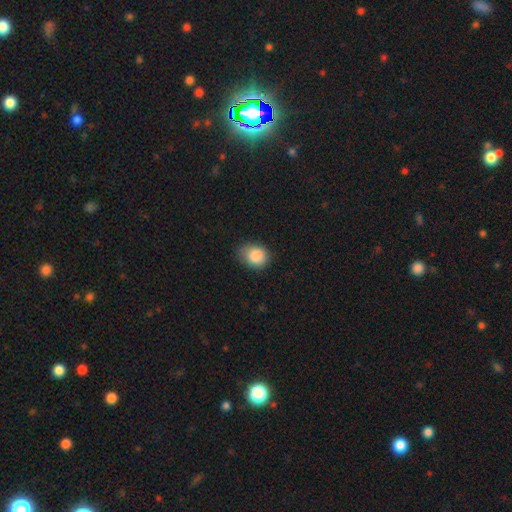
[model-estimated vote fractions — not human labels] Smooth or featured? Predicted: smooth (p=0.87). How rounded? Predicted: in between (p=0.51). Merging? Predicted: none (p=0.68).